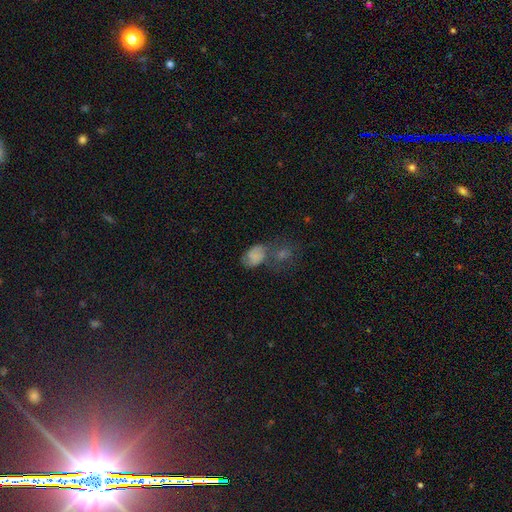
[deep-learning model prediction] Smooth or featured? smooth (67%)
How rounded? in between (77%)
Merging? merger (39%)